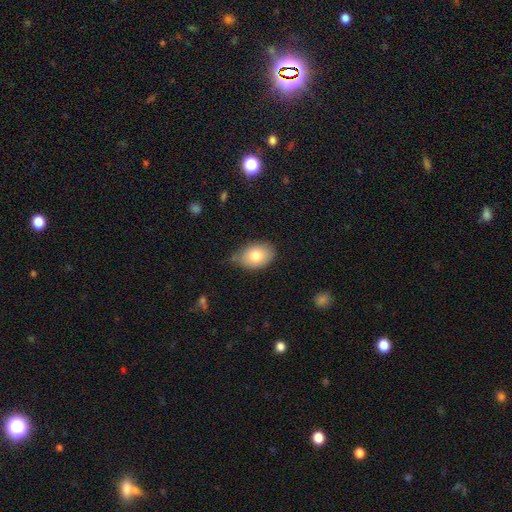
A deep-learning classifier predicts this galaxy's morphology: smooth 79%, featured or disk 14%, star or artifact 8%. Down the decision tree: how rounded — in between (83%); merging — none (66%).